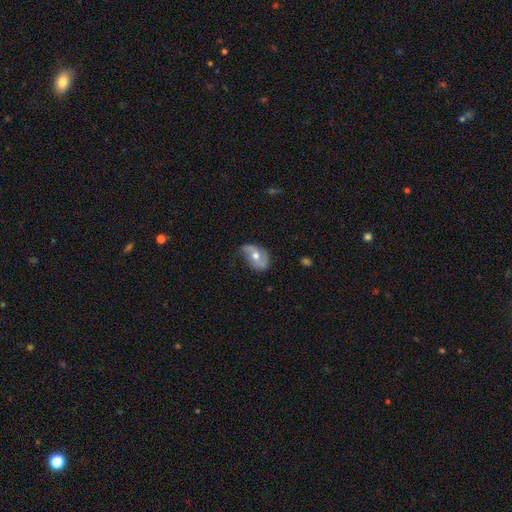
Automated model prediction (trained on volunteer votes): featured or disk 61%, smooth 32%, star or artifact 7%. Down the decision tree: edge-on disk — no (95%); bar — no (63%); spiral arms — yes (81%); bulge size — moderate (73%); merging — none (49%).